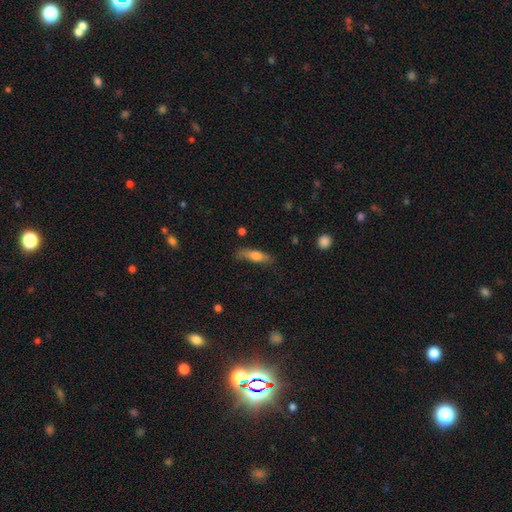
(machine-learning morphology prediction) smooth_or_featured: smooth (p=0.68) [alt: featured or disk p=0.25]
how_rounded: cigar-shaped (p=0.60) [alt: in between p=0.38]
merging: none (p=0.71) [alt: minor disturbance p=0.22]